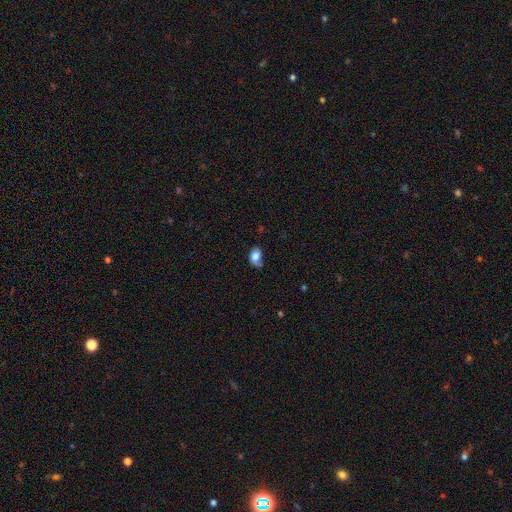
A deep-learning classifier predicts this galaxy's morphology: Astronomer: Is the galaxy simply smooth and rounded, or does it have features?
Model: smooth — 72%.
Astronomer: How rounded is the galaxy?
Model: in between — 77%.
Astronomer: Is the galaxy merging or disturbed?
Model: none — 44% (runner-up: minor disturbance, 38%).